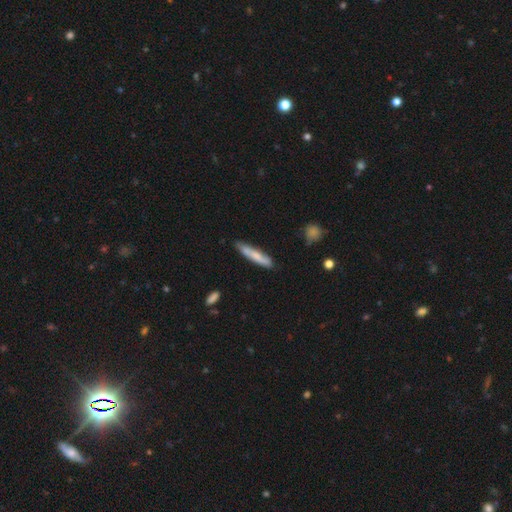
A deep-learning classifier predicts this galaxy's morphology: A smooth galaxy with no disk features (67%) that is cigar-shaped (90%). Merging: none (77%).